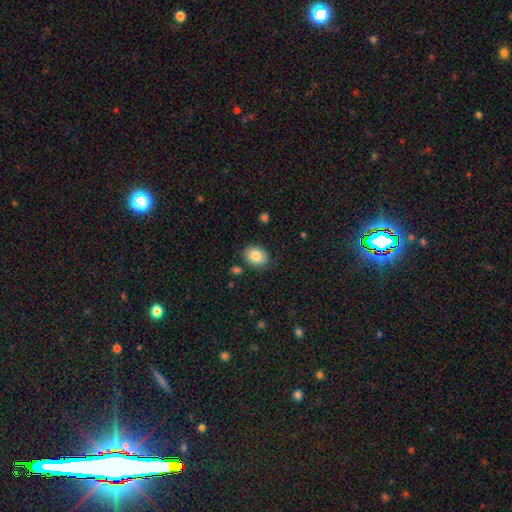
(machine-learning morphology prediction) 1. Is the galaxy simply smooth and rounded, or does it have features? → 84% smooth, 8% featured or disk, 8% star or artifact.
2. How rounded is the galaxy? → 61% in between, 38% round, 1% cigar-shaped.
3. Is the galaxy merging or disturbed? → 83% none, 12% minor disturbance, 3% merger, 3% major disturbance.